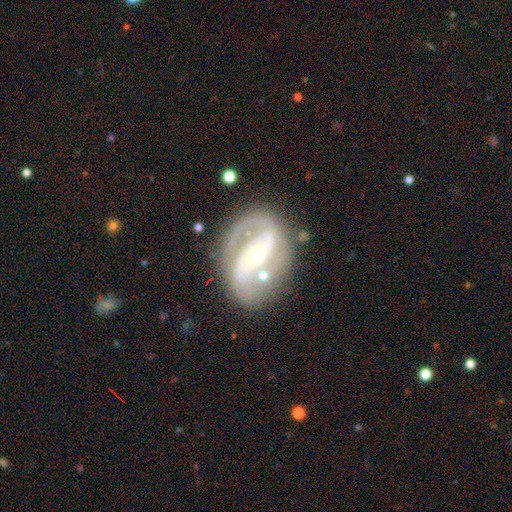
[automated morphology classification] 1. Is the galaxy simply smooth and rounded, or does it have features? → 84% featured or disk, 10% smooth, 6% star or artifact.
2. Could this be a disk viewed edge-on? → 96% no, 4% yes.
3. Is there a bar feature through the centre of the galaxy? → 47% strong, 32% weak, 21% no.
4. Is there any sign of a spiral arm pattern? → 85% yes, 15% no.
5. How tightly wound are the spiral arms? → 45% medium, 36% tight, 19% loose.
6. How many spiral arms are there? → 79% 2, 9% can't tell, 5% 1, 4% 3, 1% 4, 1% more than 4.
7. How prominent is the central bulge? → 54% small, 41% moderate, 2% large, 1% none, 1% dominant.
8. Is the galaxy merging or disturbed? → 71% none, 16% minor disturbance, 9% major disturbance, 5% merger.